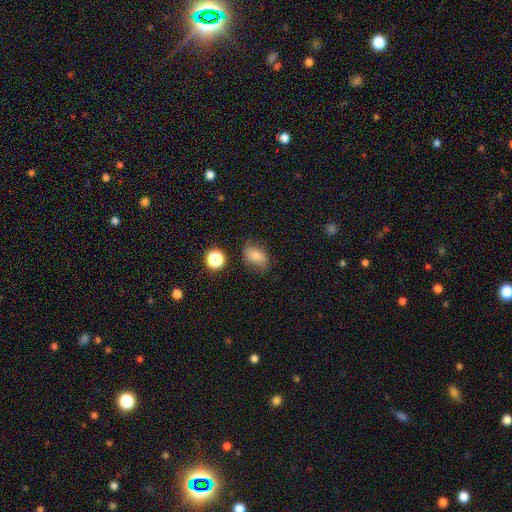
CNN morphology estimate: This is likely a smooth galaxy (78%). How rounded: clearly in between (81%). Merging: likely none (67%).